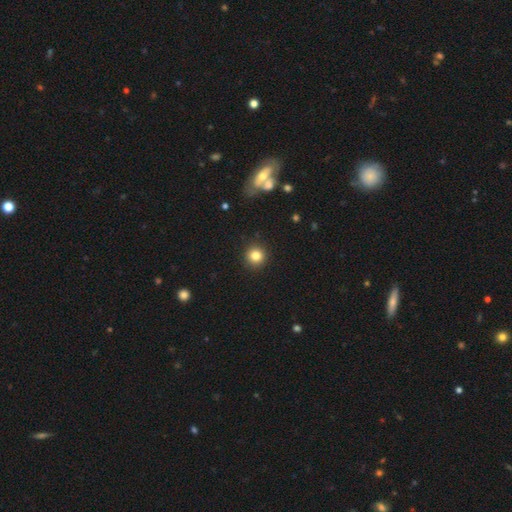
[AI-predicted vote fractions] smooth 83%, star or artifact 11%, featured or disk 6%. Down the decision tree: how rounded — round (94%); merging — none (91%).